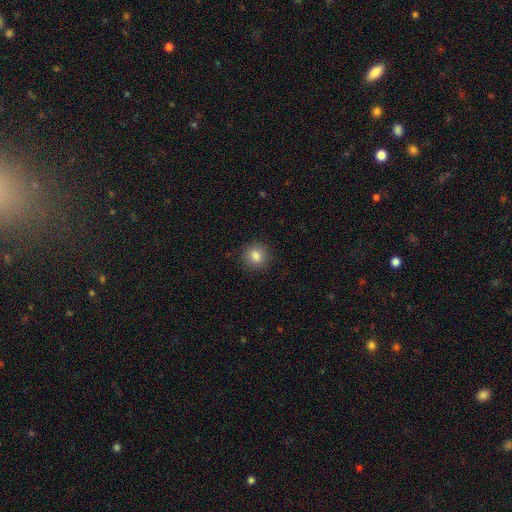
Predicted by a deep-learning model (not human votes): Smooth or featured? Predicted: smooth (p=0.84). How rounded? Predicted: round (p=0.85). Merging? Predicted: none (p=0.89).